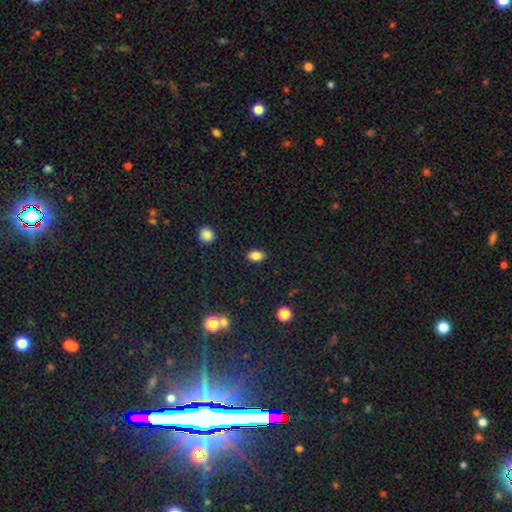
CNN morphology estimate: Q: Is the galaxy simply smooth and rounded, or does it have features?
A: smooth — 84%.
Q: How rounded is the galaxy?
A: in between — 83%.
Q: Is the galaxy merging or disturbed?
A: none — 88%.